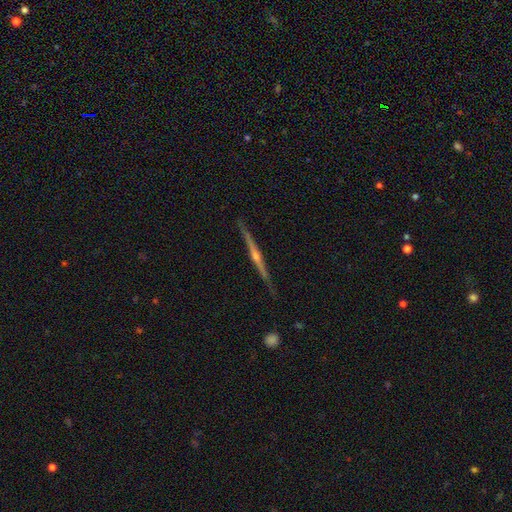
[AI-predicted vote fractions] Smooth or featured: featured or disk — 83% (smooth — 10%)
Edge-on disk: yes — 98% (no — 2%)
Edge-on bulge: rounded — 79% (none — 14%)
Merging: none — 90% (minor disturbance — 7%)